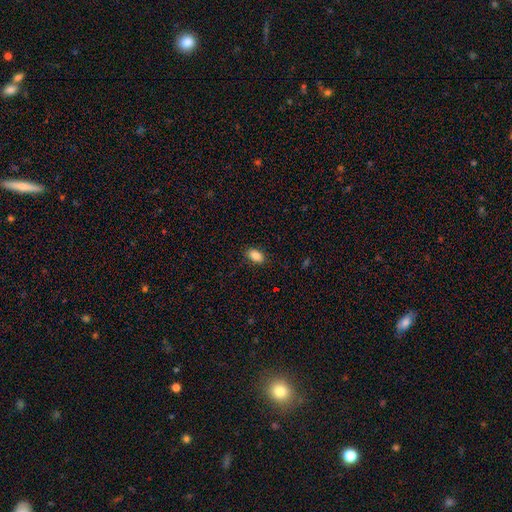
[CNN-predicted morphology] A smooth galaxy with no disk features (86%) that is in between round and cigar-shaped (90%).

Vote fractions:
- Smooth or featured? smooth: 86% / star or artifact: 8% / featured or disk: 5%
- How rounded? in between: 90% / round: 8% / cigar-shaped: 3%
- Merging? none: 88% / minor disturbance: 9% / major disturbance: 2% / merger: 1%